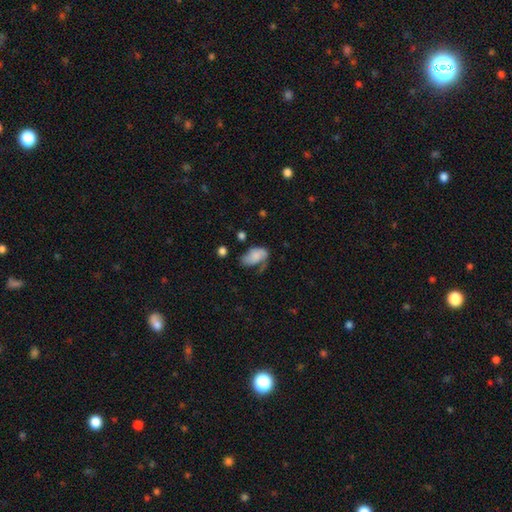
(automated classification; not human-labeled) Smooth or featured?
  - smooth: 64% *
  - featured or disk: 26%
  - star or artifact: 9%
How rounded?
  - in between: 92% *
  - round: 6%
  - cigar-shaped: 2%
Merging?
  - none: 32% *
  - minor disturbance: 31%
  - major disturbance: 31%
  - merger: 7%